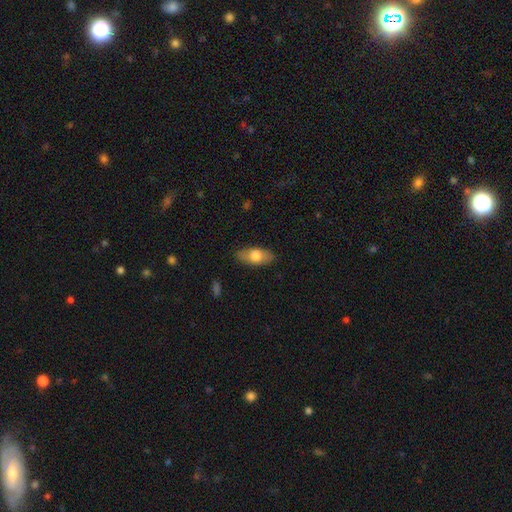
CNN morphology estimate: Smooth or featured? Predicted: smooth (p=0.70). How rounded? Predicted: in between (p=0.86). Merging? Predicted: none (p=0.84).